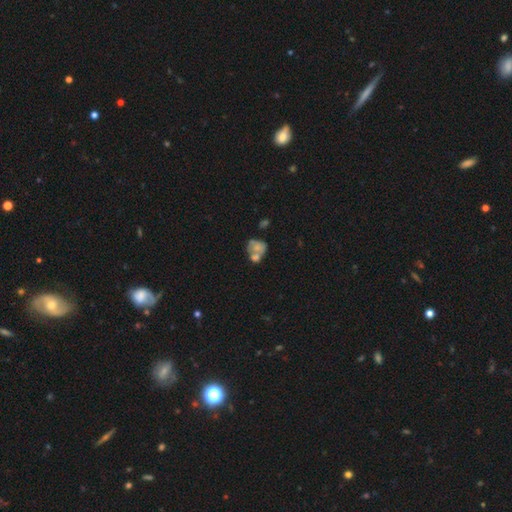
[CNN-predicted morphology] This appears to be a smooth galaxy with no disk features (51%) that is round (59%). Merging: merger (46%).